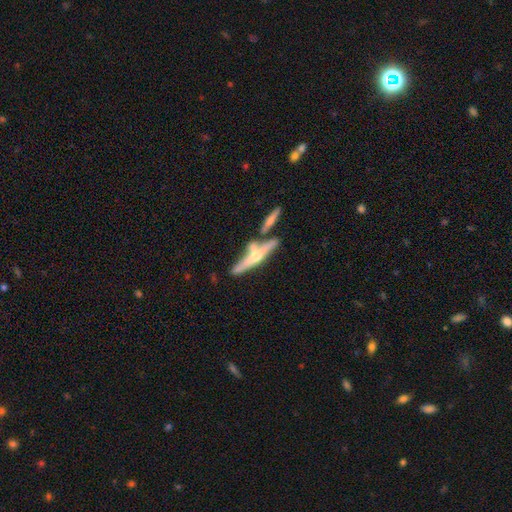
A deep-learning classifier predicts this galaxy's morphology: This is likely a featured or disk galaxy (65%). It is clearly viewed edge-on (92%). Edge-on bulge: clearly rounded (86%). Merging: possibly none (51%).